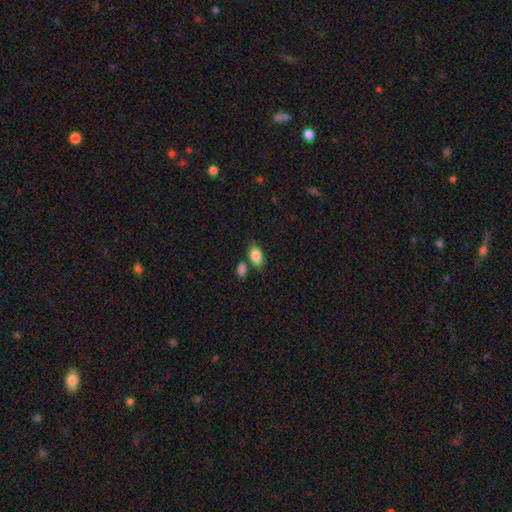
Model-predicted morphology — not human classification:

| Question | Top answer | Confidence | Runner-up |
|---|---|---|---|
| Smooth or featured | smooth | 85% | featured or disk (8%) |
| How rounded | in between | 88% | round (10%) |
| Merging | none | 67% | merger (15%) |